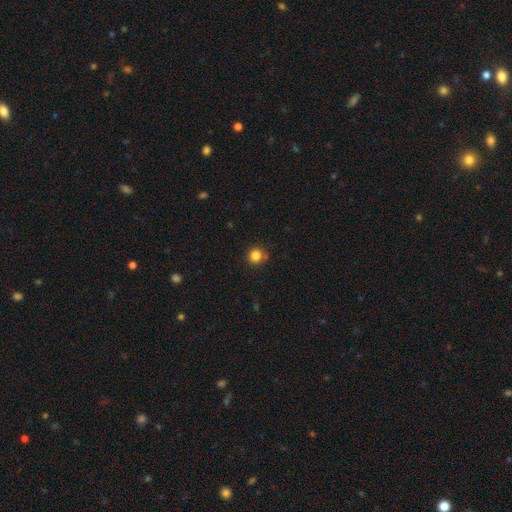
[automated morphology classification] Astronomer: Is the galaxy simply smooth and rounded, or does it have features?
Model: smooth — 83%.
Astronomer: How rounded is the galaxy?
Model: round — 93%.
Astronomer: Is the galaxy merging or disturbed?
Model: none — 82%.